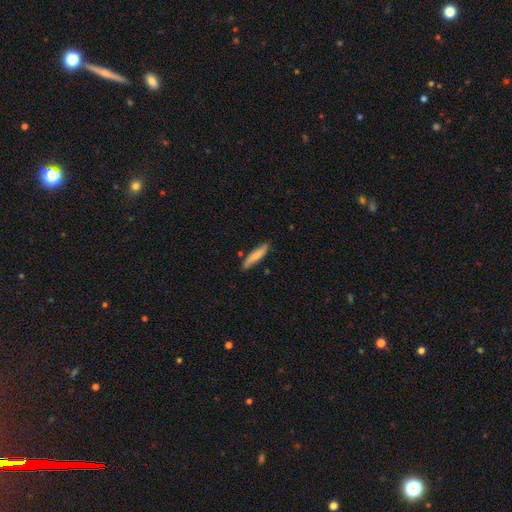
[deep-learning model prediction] This is likely a smooth galaxy (77%). How rounded: clearly cigar-shaped (84%). Merging: likely none (78%).